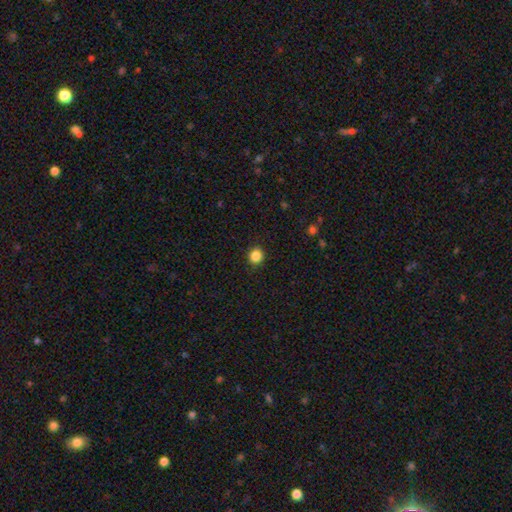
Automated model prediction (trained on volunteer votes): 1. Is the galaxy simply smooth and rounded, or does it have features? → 86% smooth, 11% star or artifact, 4% featured or disk.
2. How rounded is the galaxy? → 82% round, 17% in between, 1% cigar-shaped.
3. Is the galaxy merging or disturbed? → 91% none, 6% minor disturbance, 2% major disturbance, 1% merger.